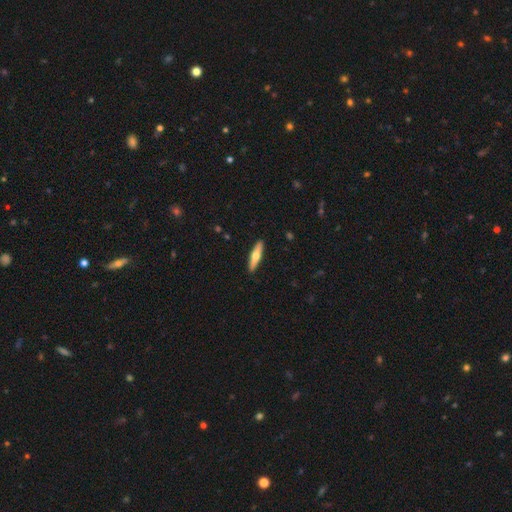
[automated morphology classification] Smooth or featured: smooth — 48% (featured or disk — 46%)
Merging: none — 91% (minor disturbance — 6%)